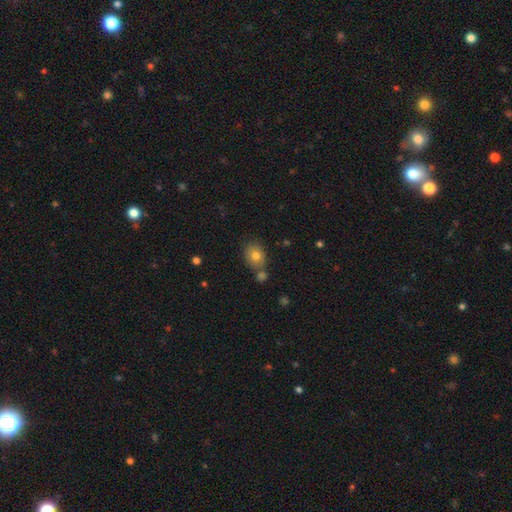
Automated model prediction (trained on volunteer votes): A smooth galaxy with no disk features (78%) that is round (55%). Merging: none (65%).